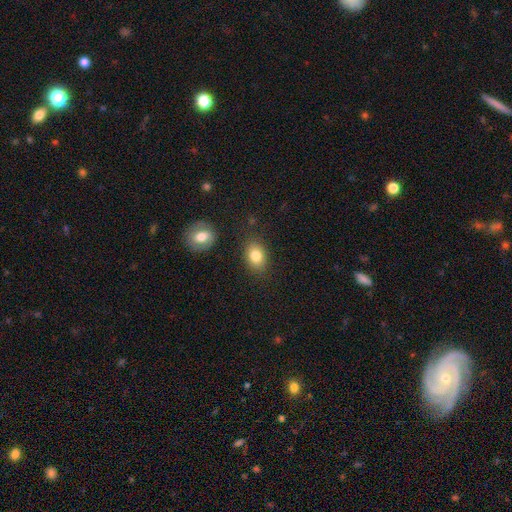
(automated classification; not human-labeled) This appears to be a smooth galaxy with no disk features (82%) that is in between round and cigar-shaped (75%). Merging: none (81%).